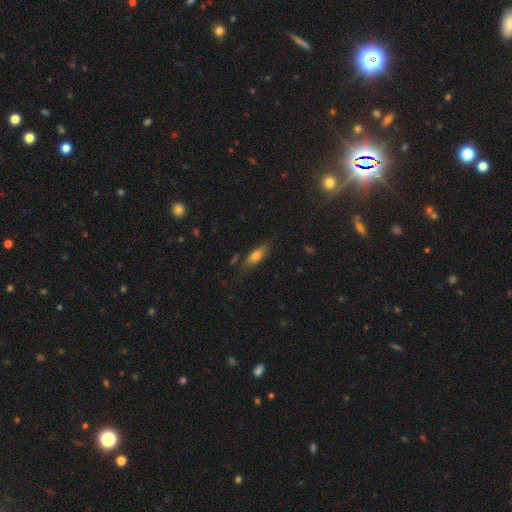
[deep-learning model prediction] This appears to be a smooth galaxy with no disk features (66%) that is in between round and cigar-shaped (56%). Merging: none (72%).